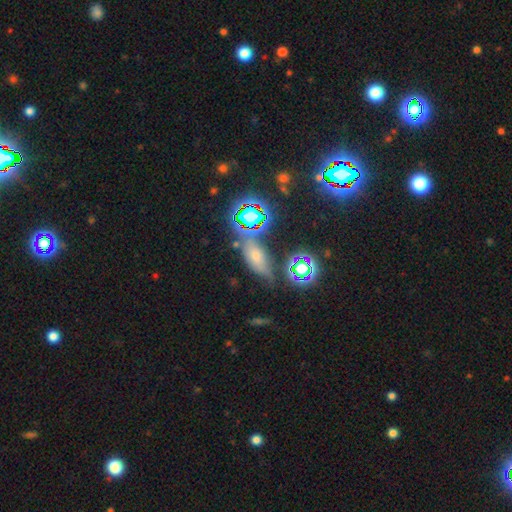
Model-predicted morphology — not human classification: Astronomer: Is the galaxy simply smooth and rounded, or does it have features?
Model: smooth — 44% (runner-up: star or artifact, 37%).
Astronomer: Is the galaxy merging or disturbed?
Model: none — 67%.